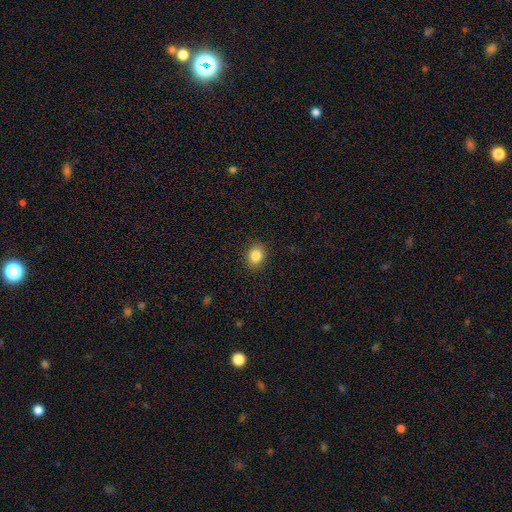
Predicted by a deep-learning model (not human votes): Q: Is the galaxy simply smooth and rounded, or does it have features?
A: smooth — 85%.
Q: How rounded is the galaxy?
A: round — 55%.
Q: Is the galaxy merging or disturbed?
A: none — 89%.